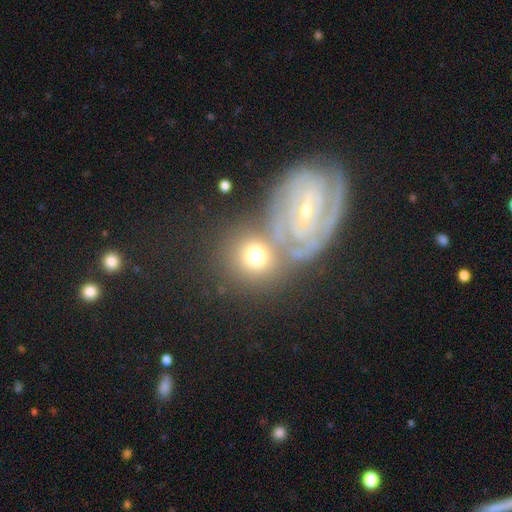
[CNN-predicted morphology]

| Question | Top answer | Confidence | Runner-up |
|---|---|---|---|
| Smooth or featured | smooth | 58% | featured or disk (31%) |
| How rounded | round | 78% | in between (21%) |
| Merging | none | 49% | merger (33%) |